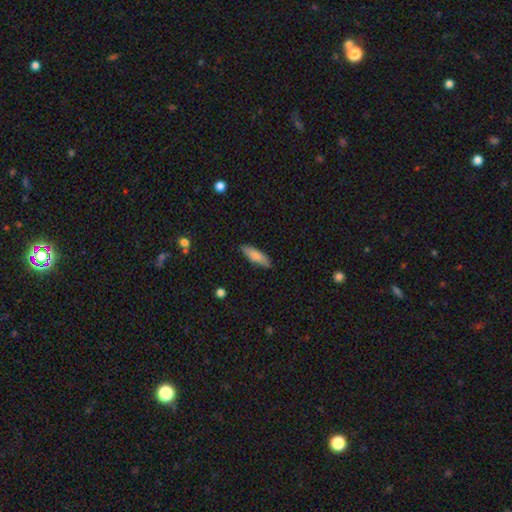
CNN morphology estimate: Q: Smooth or featured?
A: smooth (79%); runner-up: featured or disk (15%)
Q: How rounded?
A: cigar-shaped (50%); runner-up: in between (48%)
Q: Merging?
A: none (86%); runner-up: minor disturbance (11%)